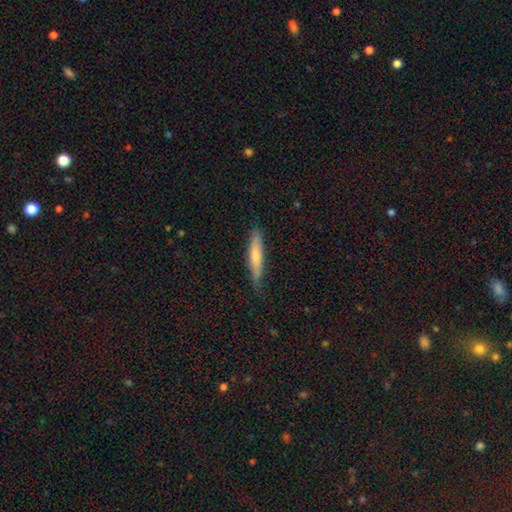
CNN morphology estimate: A smooth galaxy with no disk features (63%) that is cigar-shaped (89%). Merging: none (77%).